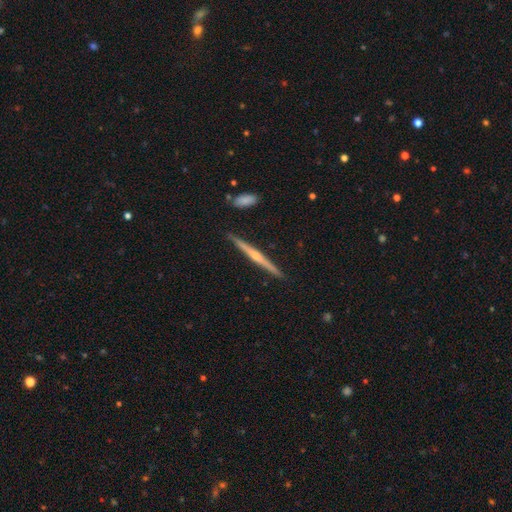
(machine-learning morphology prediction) smooth-or-featured: featured or disk: 79% | smooth: 16% | star or artifact: 5%
  disk-edge-on: yes: 98% | no: 2%
    edge-on-bulge: rounded: 85% | none: 12% | boxy: 3%
  merging: none: 91% | minor disturbance: 7% | merger: 2% | major disturbance: 1%